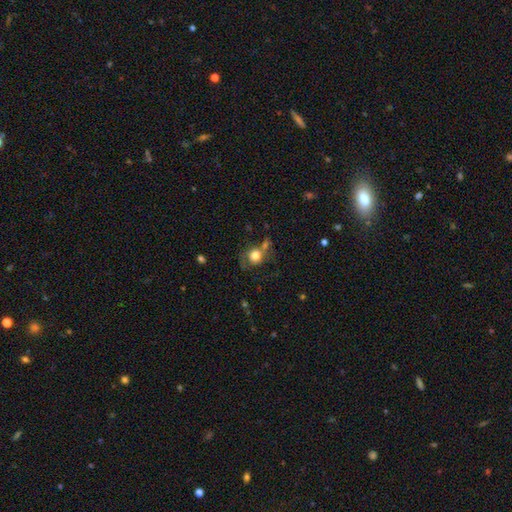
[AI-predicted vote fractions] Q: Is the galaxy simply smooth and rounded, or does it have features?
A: smooth — 73%.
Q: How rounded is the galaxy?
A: round — 80%.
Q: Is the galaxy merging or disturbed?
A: none — 47%.